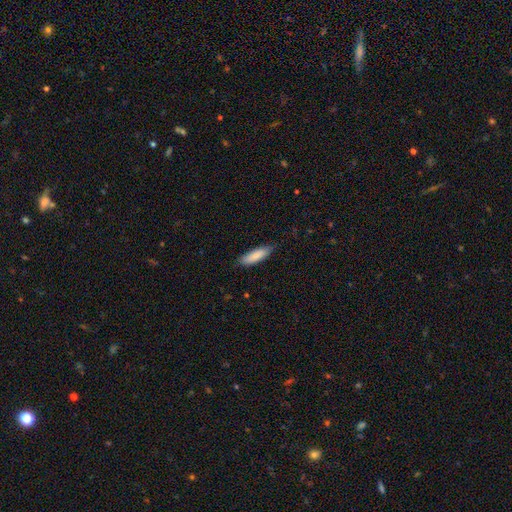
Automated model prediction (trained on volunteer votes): This appears to be a smooth galaxy with no disk features (86%) that is cigar-shaped (57%). Merging: none (81%).